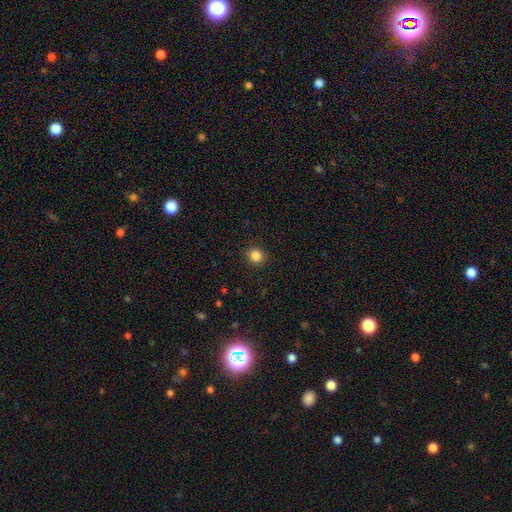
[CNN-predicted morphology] smooth_or_featured: smooth (p=0.85) [alt: star or artifact p=0.11]
how_rounded: round (p=0.89) [alt: in between p=0.10]
merging: none (p=0.92) [alt: minor disturbance p=0.05]